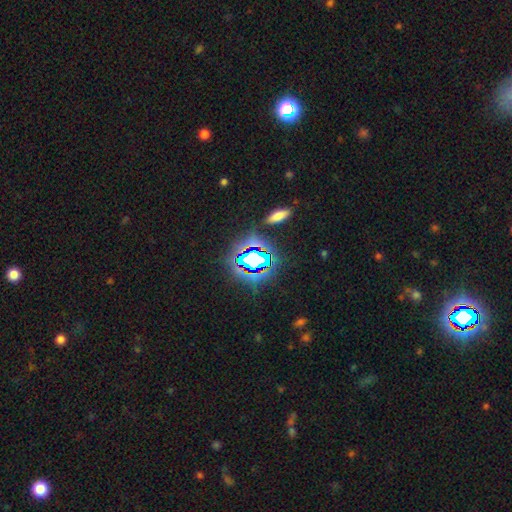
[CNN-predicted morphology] Smooth or featured: star or artifact — 67% (smooth — 21%)